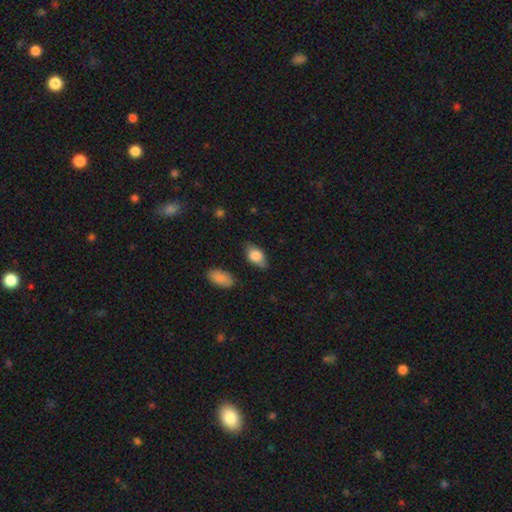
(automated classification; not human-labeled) smooth 71%, featured or disk 22%, star or artifact 7%. Down the decision tree: how rounded — in between (86%); merging — none (75%).